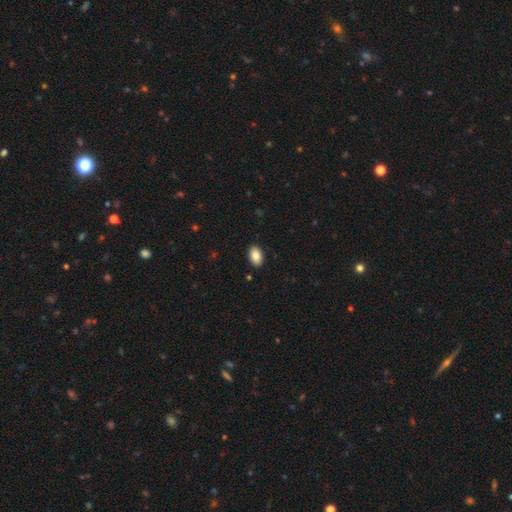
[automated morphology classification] Overall: smooth (87%). How rounded: in between (92%). Merging: none (90%).